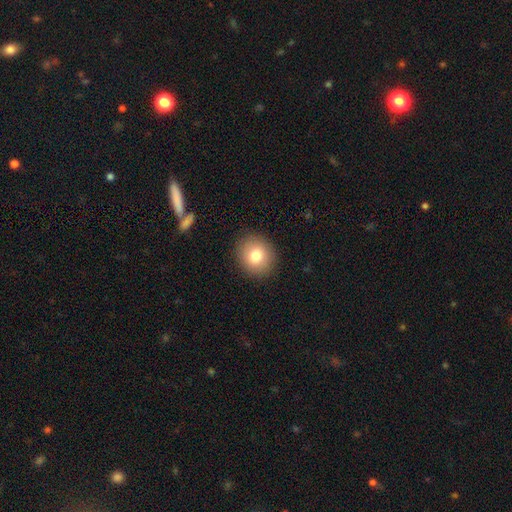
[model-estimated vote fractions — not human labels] Q: Smooth or featured?
A: smooth (78%); runner-up: featured or disk (12%)
Q: How rounded?
A: round (81%); runner-up: in between (18%)
Q: Merging?
A: none (90%); runner-up: minor disturbance (7%)